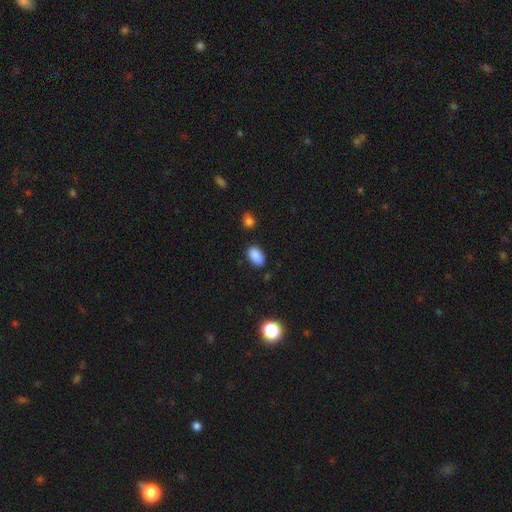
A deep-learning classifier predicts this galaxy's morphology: Overall: smooth (88%). How rounded: in between (92%). Merging: none (85%).